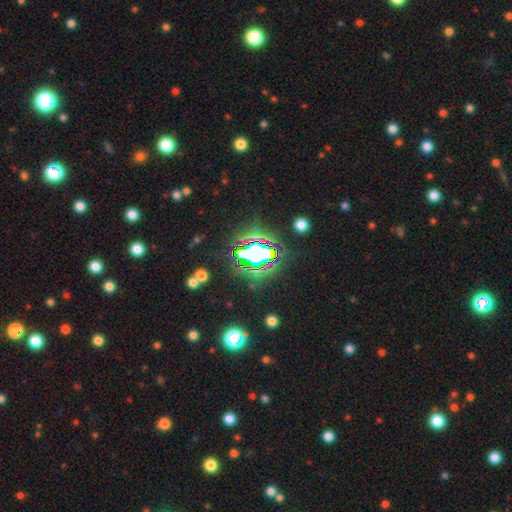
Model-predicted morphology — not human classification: Smooth or featured? Predicted: star or artifact (p=0.65).